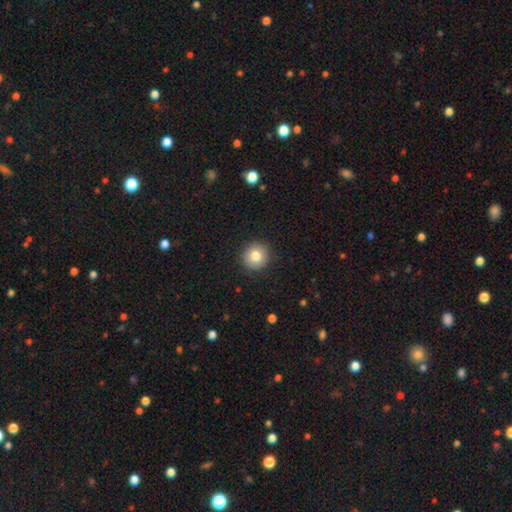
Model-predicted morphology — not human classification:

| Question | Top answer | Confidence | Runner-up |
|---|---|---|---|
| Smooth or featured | smooth | 80% | featured or disk (11%) |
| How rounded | round | 93% | in between (6%) |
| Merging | none | 91% | minor disturbance (6%) |